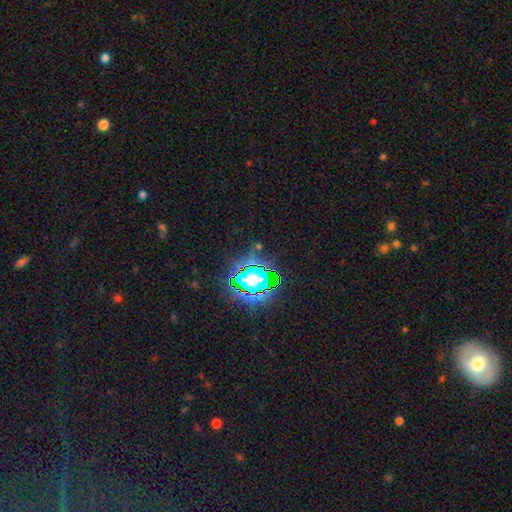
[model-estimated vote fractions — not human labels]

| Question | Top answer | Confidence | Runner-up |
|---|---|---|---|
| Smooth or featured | star or artifact | 80% | smooth (12%) |